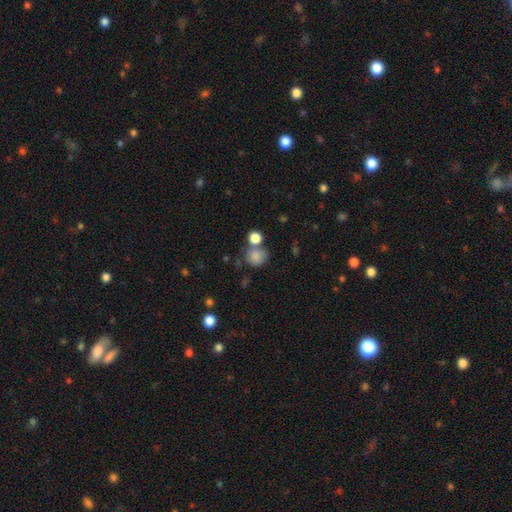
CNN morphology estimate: A smooth galaxy with no disk features (81%) that is round (81%). Merging: none (50%).